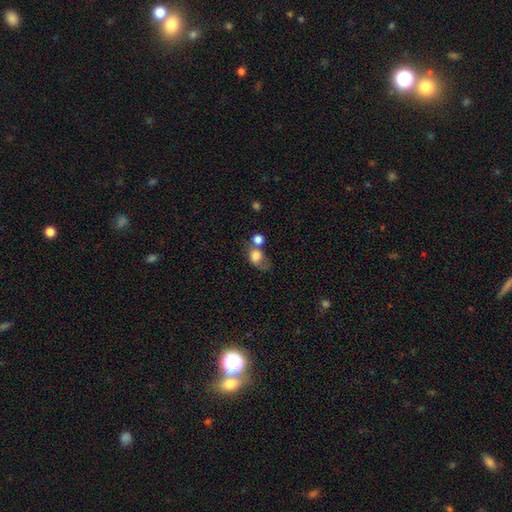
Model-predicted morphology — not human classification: type=smooth (77%); roundness=round (51%); merging=merger (39%).